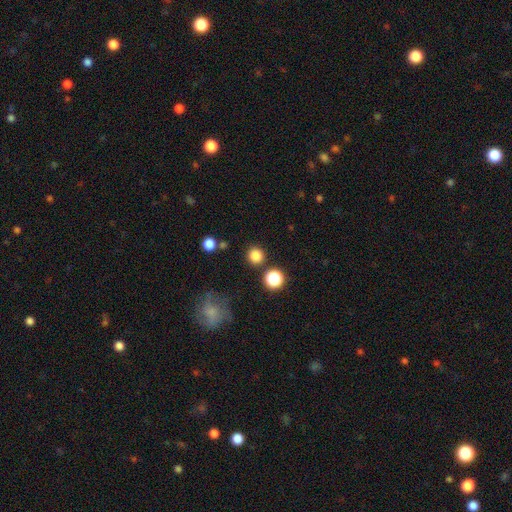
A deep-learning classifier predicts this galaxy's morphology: smooth-or-featured: smooth: 82% | star or artifact: 14% | featured or disk: 4%
  how-rounded: round: 93% | in between: 6% | cigar-shaped: 1%
  merging: none: 87% | minor disturbance: 6% | merger: 4% | major disturbance: 3%